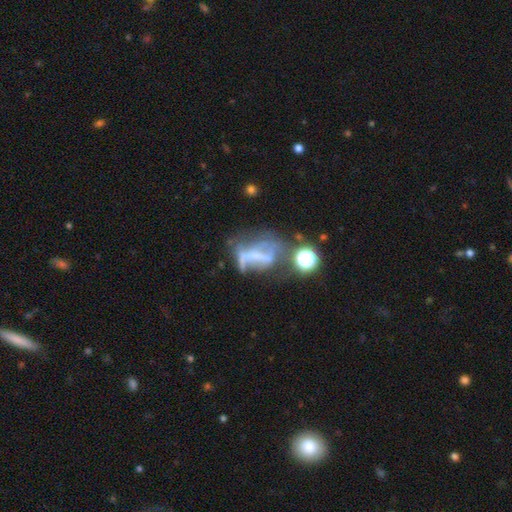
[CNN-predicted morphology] This appears to be a featured or disk galaxy (59%) with no bar (48%), no spiral arms (69%) and no central bulge (65%). Merging: major disturbance (38%).